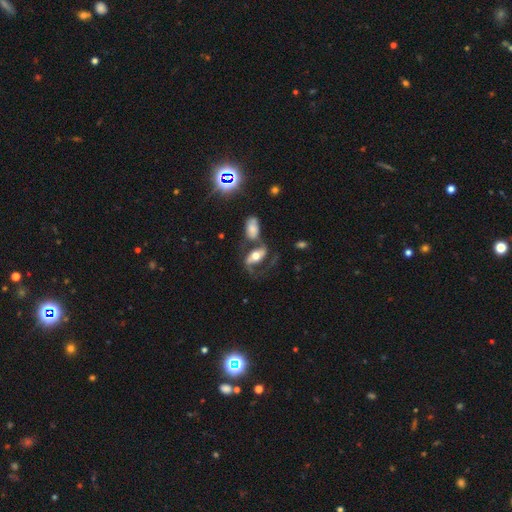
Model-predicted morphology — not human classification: A featured or disk galaxy (68%) with no bar (38%), 2 (78%) loose (49%) spiral arms (84%) and a moderate central bulge (64%).

Vote fractions:
- Smooth or featured? featured or disk: 68% / smooth: 23% / star or artifact: 9%
- Edge-on disk? no: 90% / yes: 10%
- Bar? no: 38% / strong: 35% / weak: 27%
- Spiral arms? yes: 84% / no: 16%
- Spiral winding? loose: 49% / medium: 37% / tight: 14%
- Spiral arm count? 2: 78% / 1: 13% / can't tell: 6% / 3: 1% / 4: 1% / more than 4: 1%
- Bulge size? moderate: 64% / large: 22% / small: 10% / dominant: 3% / none: 2%
- Merging? none: 39% / major disturbance: 23% / merger: 22% / minor disturbance: 16%